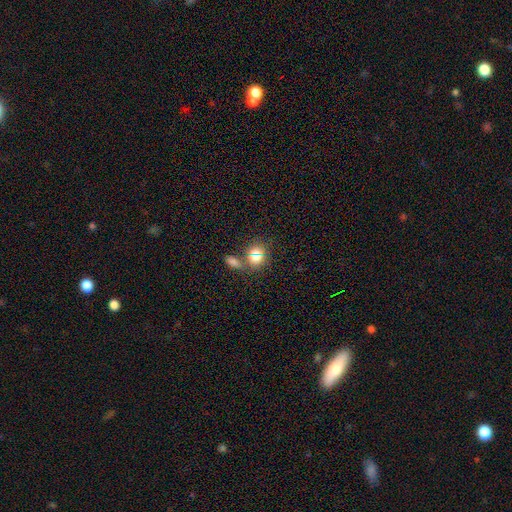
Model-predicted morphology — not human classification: smooth-or-featured: smooth: 72% | star or artifact: 17% | featured or disk: 11%
  how-rounded: round: 66% | in between: 32% | cigar-shaped: 2%
  merging: none: 54% | merger: 31% | minor disturbance: 10% | major disturbance: 5%